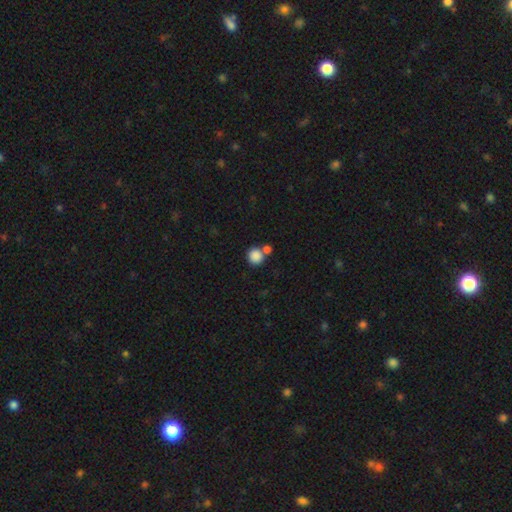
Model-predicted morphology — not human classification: A smooth galaxy with no disk features (86%) that is round (91%).

Vote fractions:
- Smooth or featured? smooth: 86% / star or artifact: 9% / featured or disk: 5%
- How rounded? round: 91% / in between: 8% / cigar-shaped: 1%
- Merging? none: 59% / merger: 30% / minor disturbance: 8% / major disturbance: 3%